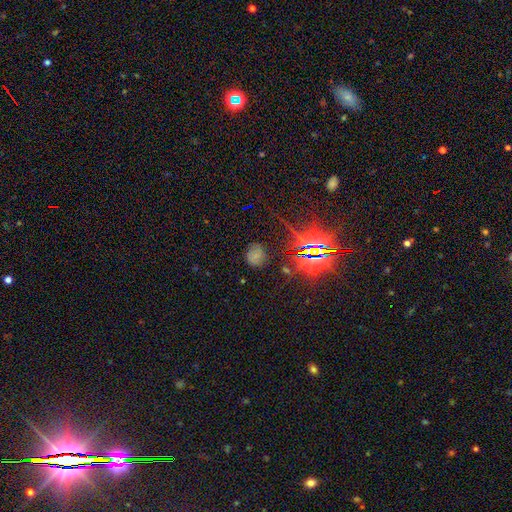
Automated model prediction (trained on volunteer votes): Morphology: type=smooth (49%); merging=none (72%).